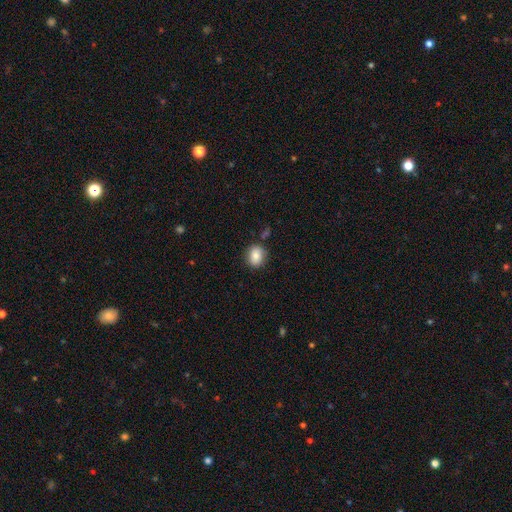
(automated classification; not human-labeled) Smooth or featured? Predicted: smooth (p=0.84). How rounded? Predicted: round (p=0.58). Merging? Predicted: none (p=0.81).